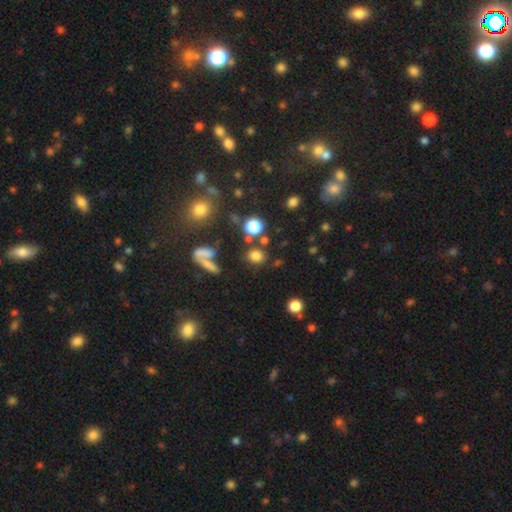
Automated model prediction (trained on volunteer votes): smooth 76%, star or artifact 17%, featured or disk 7%. Down the decision tree: how rounded — round (57%); merging — none (71%).